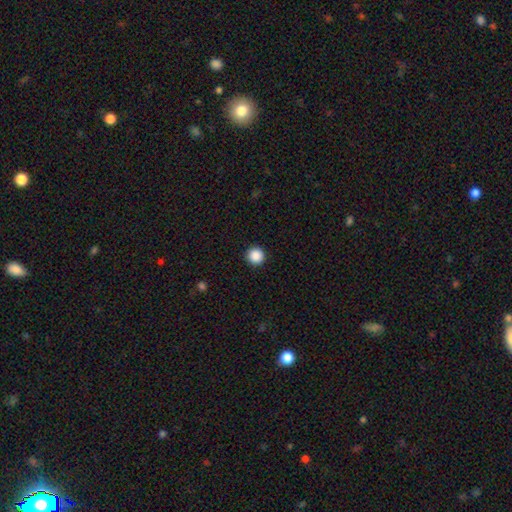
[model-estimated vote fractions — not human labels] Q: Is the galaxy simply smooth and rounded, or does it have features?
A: smooth — 88%.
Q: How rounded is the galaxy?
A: round — 96%.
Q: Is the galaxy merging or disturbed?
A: none — 93%.